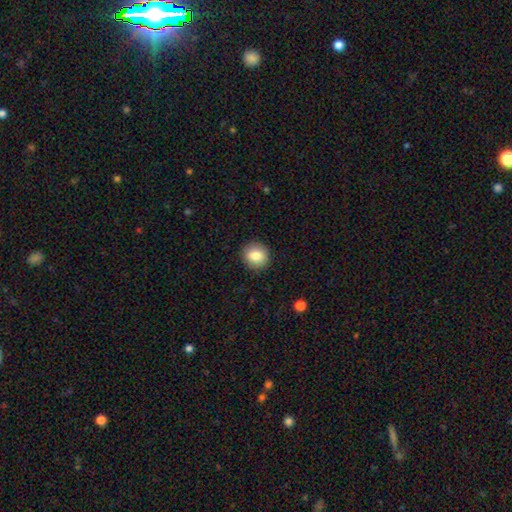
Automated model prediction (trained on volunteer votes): smooth 83%, star or artifact 8%, featured or disk 8%. Down the decision tree: how rounded — round (87%); merging — none (91%).